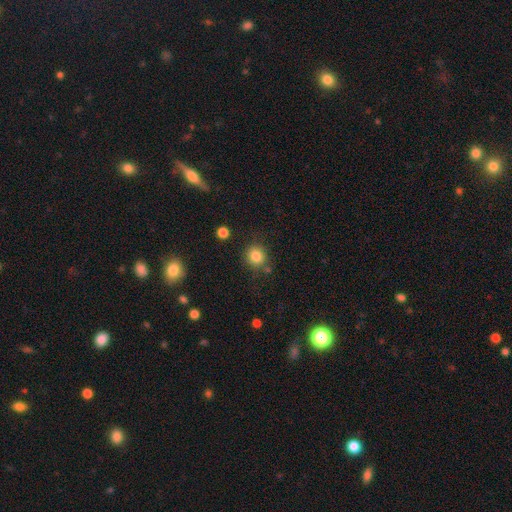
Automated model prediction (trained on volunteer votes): Overall: smooth (83%). How rounded: round (86%). Merging: none (79%).